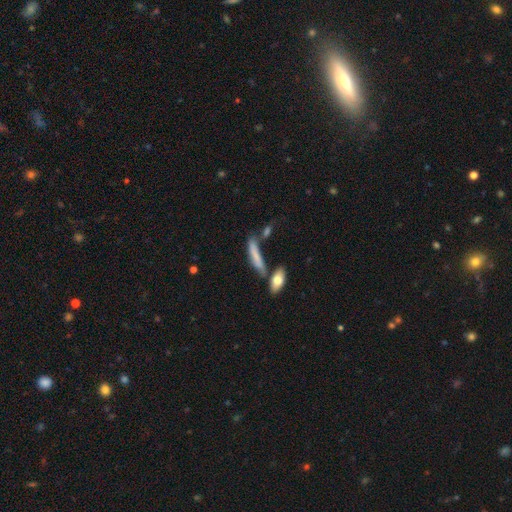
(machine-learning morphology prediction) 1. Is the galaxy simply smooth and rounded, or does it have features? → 70% smooth, 22% featured or disk, 8% star or artifact.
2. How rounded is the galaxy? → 78% cigar-shaped, 20% in between, 2% round.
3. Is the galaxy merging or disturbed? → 54% none, 19% minor disturbance, 19% merger, 8% major disturbance.